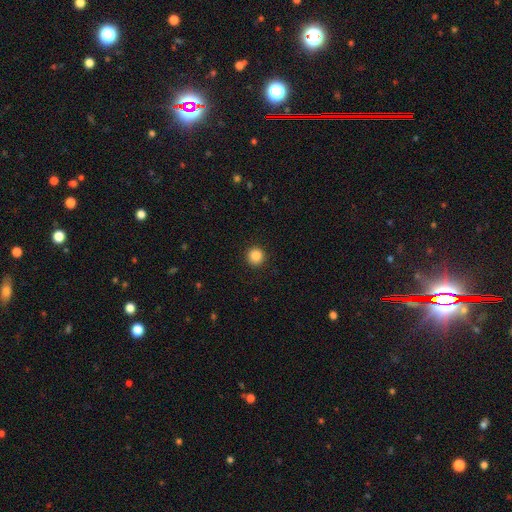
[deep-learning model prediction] Overall: smooth (87%). How rounded: round (95%). Merging: none (92%).